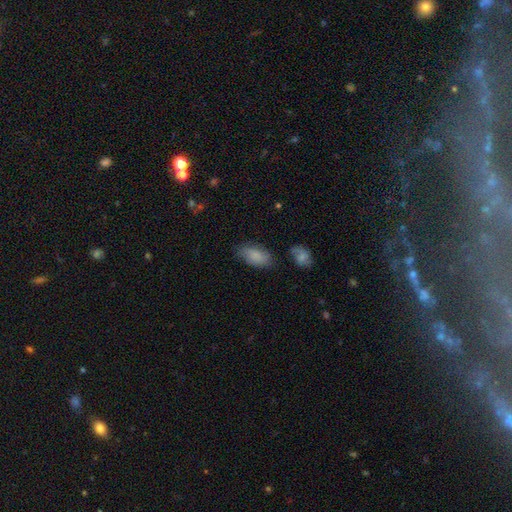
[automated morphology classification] smooth 85%, featured or disk 8%, star or artifact 7%. Down the decision tree: how rounded — in between (93%); merging — none (71%).